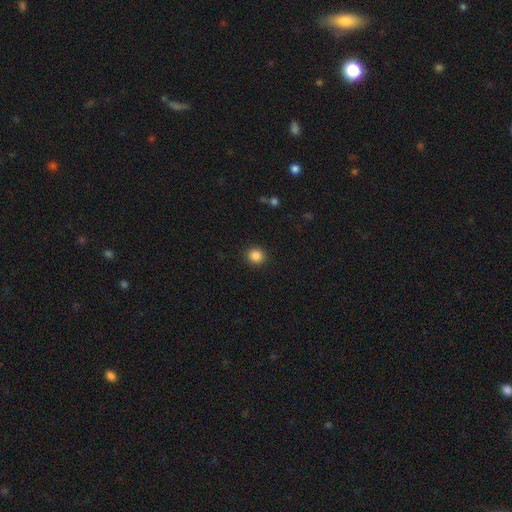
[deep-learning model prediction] The model was most divided on "how rounded": round: 87%, in between: 12%, cigar-shaped: 1%. More confident: merging — none (92%); smooth or featured — smooth (86%).